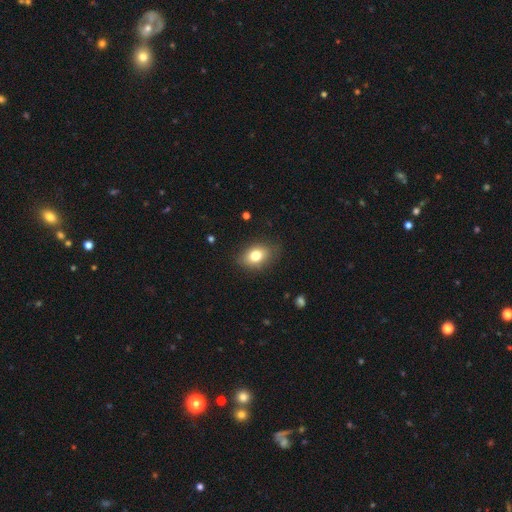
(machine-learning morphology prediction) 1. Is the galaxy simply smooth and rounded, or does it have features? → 78% smooth, 13% featured or disk, 9% star or artifact.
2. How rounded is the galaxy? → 77% in between, 21% round, 1% cigar-shaped.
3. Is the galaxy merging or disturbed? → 80% none, 15% minor disturbance, 4% major disturbance, 1% merger.